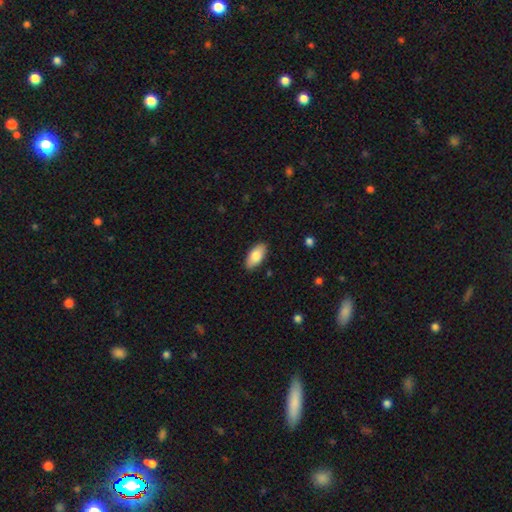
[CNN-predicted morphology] Smooth or featured? Predicted: smooth (p=0.82). How rounded? Predicted: in between (p=0.91). Merging? Predicted: none (p=0.88).